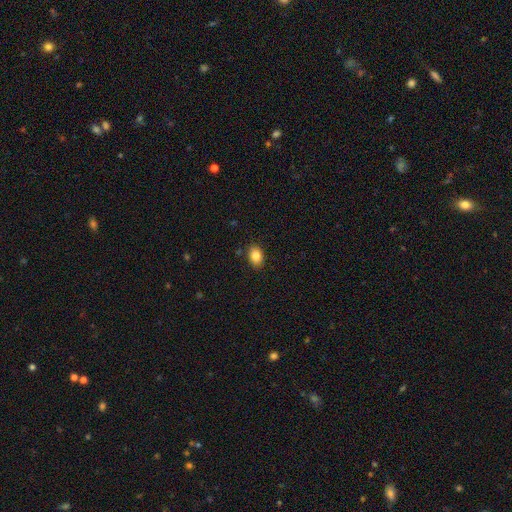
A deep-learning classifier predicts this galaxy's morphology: Smooth or featured? smooth (84%)
How rounded? in between (75%)
Merging? none (86%)